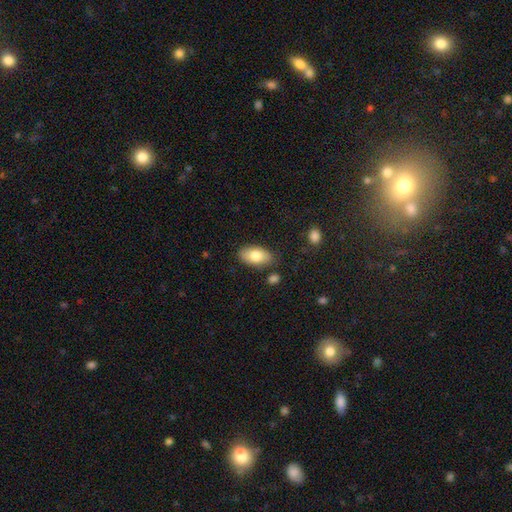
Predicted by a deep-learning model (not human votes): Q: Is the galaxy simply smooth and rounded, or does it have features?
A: smooth — 81%.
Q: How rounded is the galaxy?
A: in between — 94%.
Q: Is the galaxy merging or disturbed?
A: none — 81%.